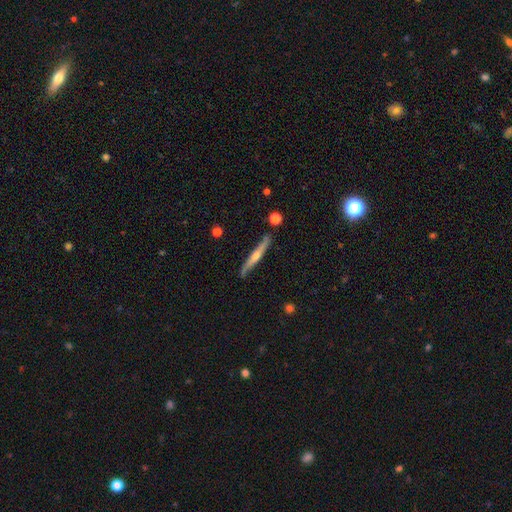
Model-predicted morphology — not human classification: A featured or disk galaxy (64%) viewed edge-on (94%) with a rounded central bulge (68%).

Vote fractions:
- Smooth or featured? featured or disk: 64% / smooth: 30% / star or artifact: 6%
- Edge-on disk? yes: 94% / no: 6%
- Edge-on bulge? rounded: 68% / none: 25% / boxy: 7%
- Merging? none: 83% / minor disturbance: 13% / merger: 2% / major disturbance: 2%